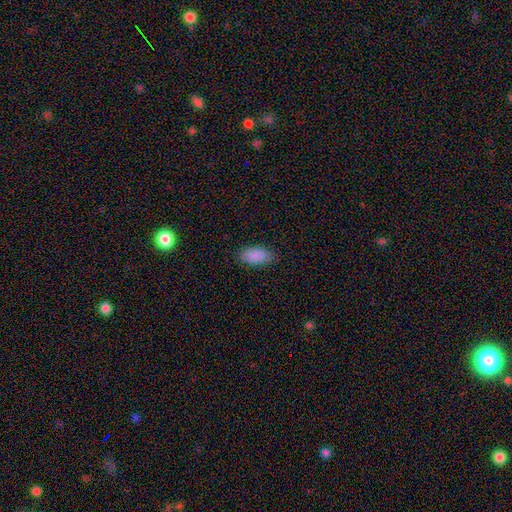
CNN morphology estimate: This appears to be a smooth galaxy with no disk features (89%) that is in between round and cigar-shaped (93%). Merging: none (85%).